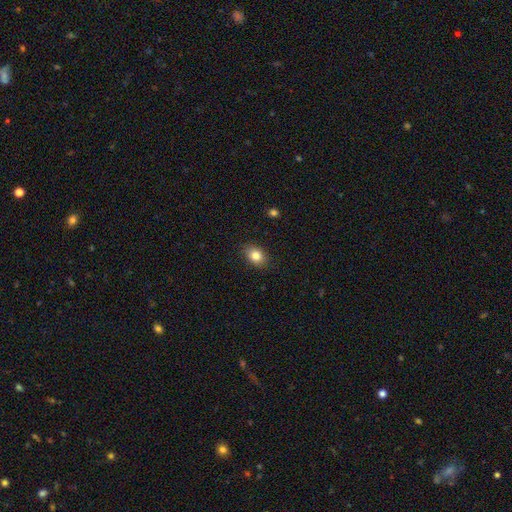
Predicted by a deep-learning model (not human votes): smooth 83%, star or artifact 9%, featured or disk 8%. Down the decision tree: how rounded — in between (75%); merging — none (87%).